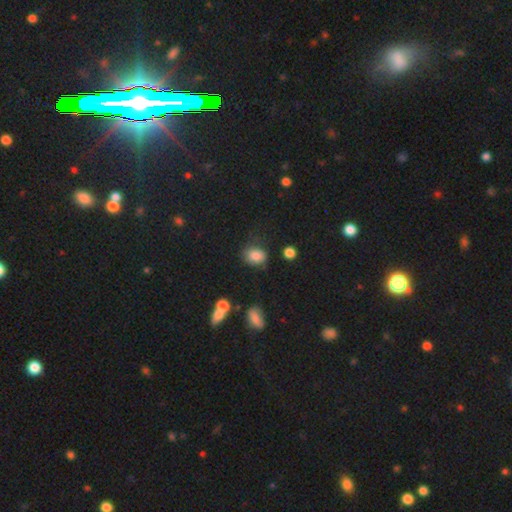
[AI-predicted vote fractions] This appears to be a smooth galaxy with no disk features (83%) that is in between round and cigar-shaped (60%). Merging: none (66%).